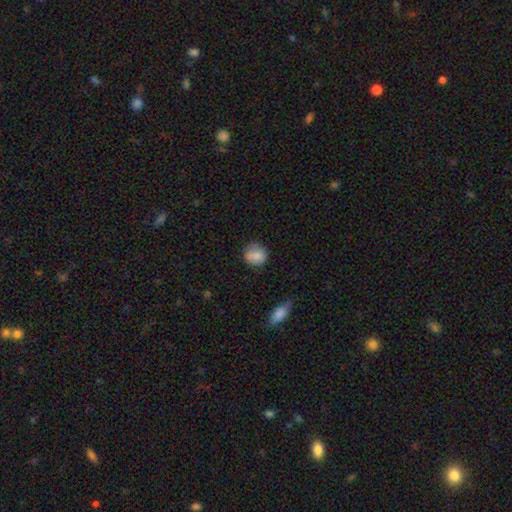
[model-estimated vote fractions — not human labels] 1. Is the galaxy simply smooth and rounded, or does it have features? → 83% smooth, 9% featured or disk, 8% star or artifact.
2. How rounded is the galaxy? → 80% round, 19% in between, 1% cigar-shaped.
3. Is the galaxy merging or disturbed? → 70% none, 22% minor disturbance, 5% major disturbance, 2% merger.